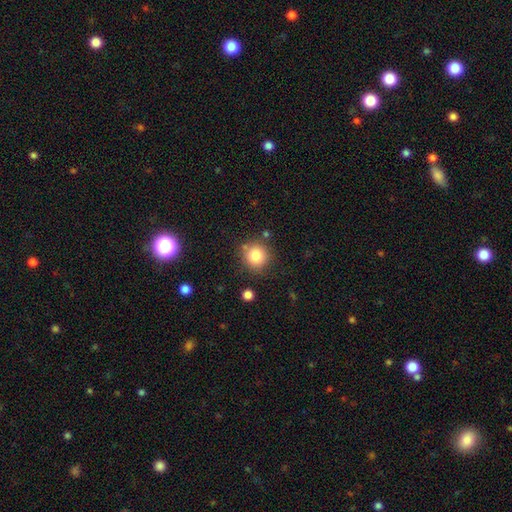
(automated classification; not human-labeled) smooth-or-featured: smooth: 82% | star or artifact: 11% | featured or disk: 7%
  how-rounded: round: 91% | in between: 8% | cigar-shaped: 1%
  merging: none: 81% | minor disturbance: 11% | merger: 5% | major disturbance: 3%